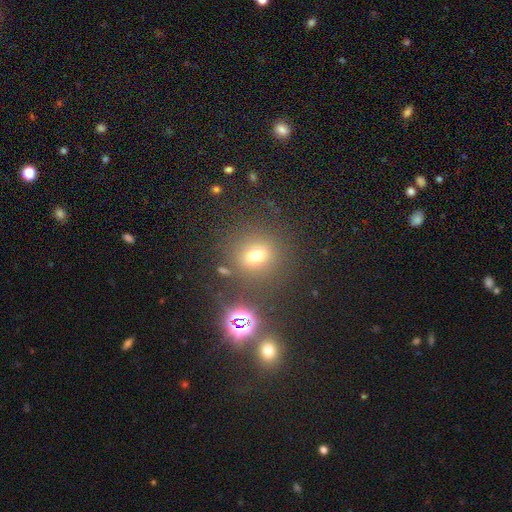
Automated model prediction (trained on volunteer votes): Smooth or featured? smooth (67%)
How rounded? round (72%)
Merging? none (78%)